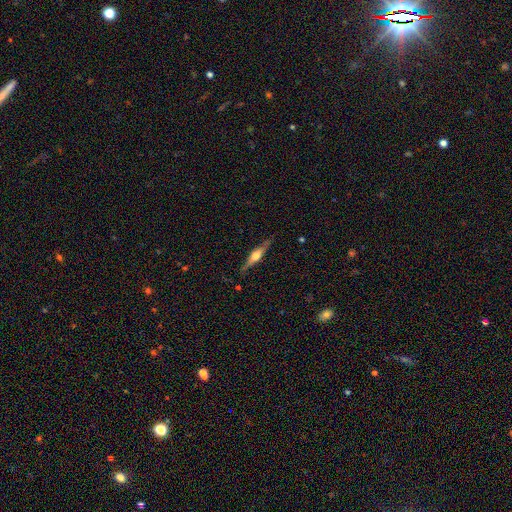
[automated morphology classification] This is likely a featured or disk galaxy (77%). It is clearly viewed edge-on (98%). Edge-on bulge: clearly rounded (89%). Merging: clearly none (87%).